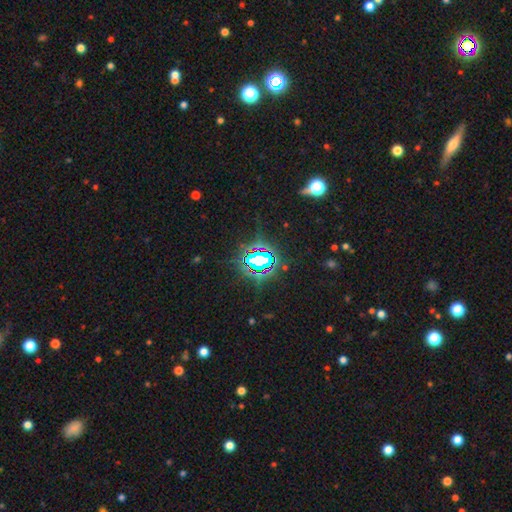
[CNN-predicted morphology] Overall: star or artifact (77%).